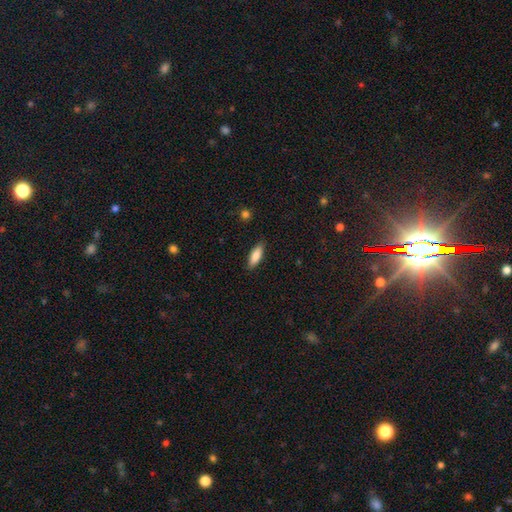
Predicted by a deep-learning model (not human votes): smooth-or-featured: smooth: 83% | featured or disk: 11% | star or artifact: 6%
  how-rounded: in between: 60% | cigar-shaped: 38% | round: 2%
  merging: none: 87% | minor disturbance: 10% | major disturbance: 2% | merger: 1%